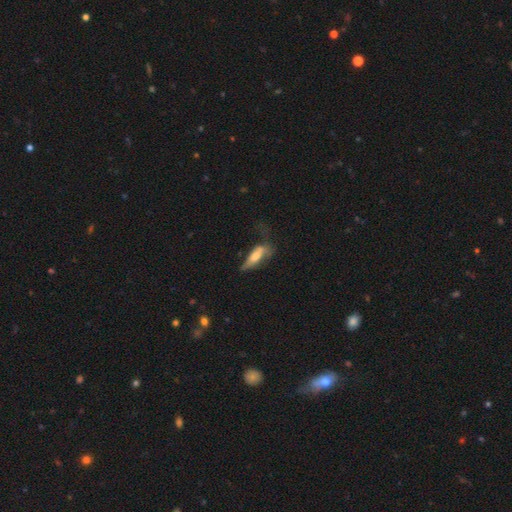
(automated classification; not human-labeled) Q: Smooth or featured?
A: smooth (56%); runner-up: featured or disk (36%)
Q: How rounded?
A: in between (53%); runner-up: cigar-shaped (44%)
Q: Merging?
A: major disturbance (34%); runner-up: none (31%)